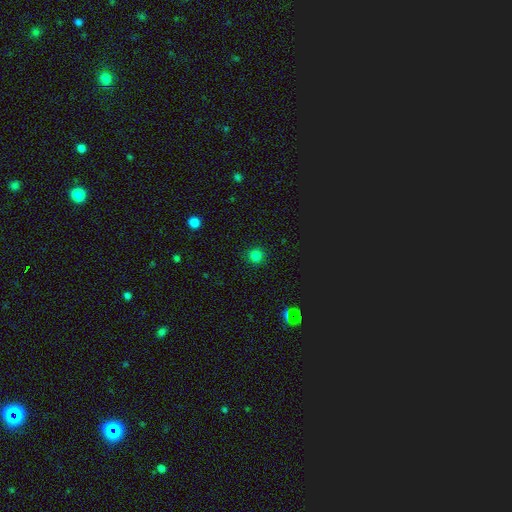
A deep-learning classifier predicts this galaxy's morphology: type=smooth (78%); roundness=round (93%); merging=none (90%).